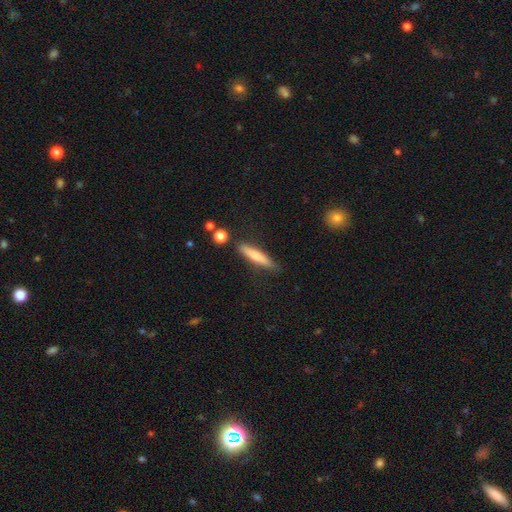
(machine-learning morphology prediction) This appears to be a smooth galaxy with no disk features (73%) that is cigar-shaped (88%). Merging: none (79%).